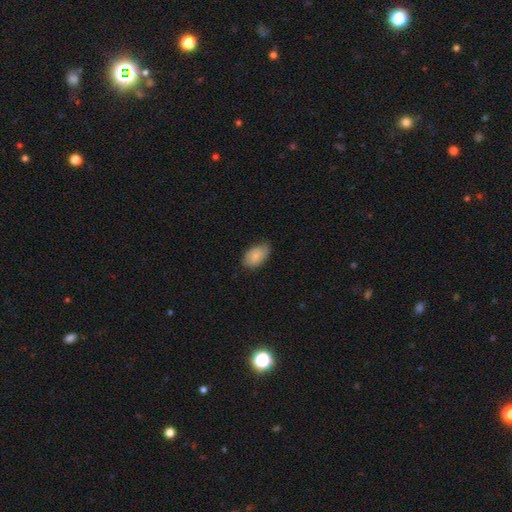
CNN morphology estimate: smooth-or-featured: smooth: 85% | featured or disk: 9% | star or artifact: 6%
  how-rounded: in between: 93% | round: 5% | cigar-shaped: 2%
  merging: none: 71% | minor disturbance: 25% | major disturbance: 4% | merger: 1%